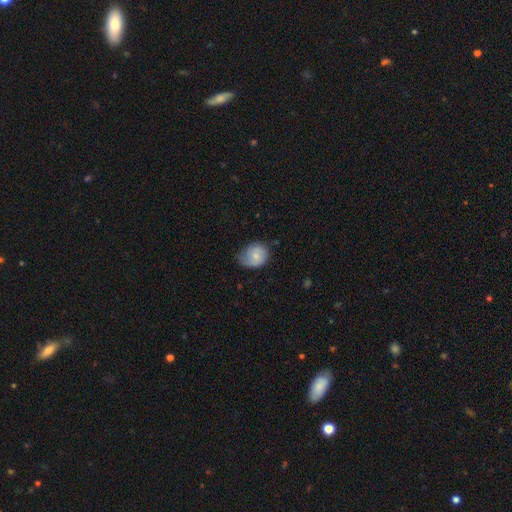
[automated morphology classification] The model was most divided on "merging": none: 48%, minor disturbance: 37%, major disturbance: 13%, merger: 1%. More confident: smooth or featured — smooth (66%); how rounded — round (59%).